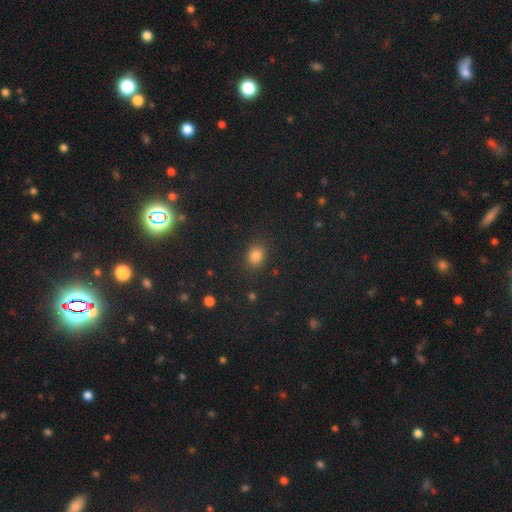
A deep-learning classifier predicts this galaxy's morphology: smooth 79%, star or artifact 16%, featured or disk 5%. Down the decision tree: how rounded — round (53%); merging — none (85%).